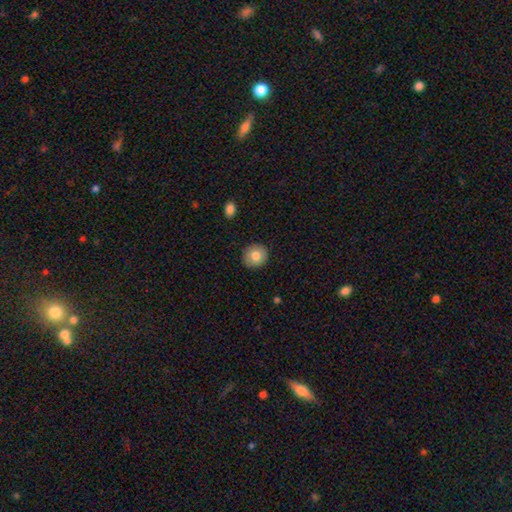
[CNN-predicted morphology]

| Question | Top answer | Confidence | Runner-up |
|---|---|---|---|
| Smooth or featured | smooth | 80% | featured or disk (12%) |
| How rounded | round | 88% | in between (11%) |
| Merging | none | 89% | minor disturbance (8%) |